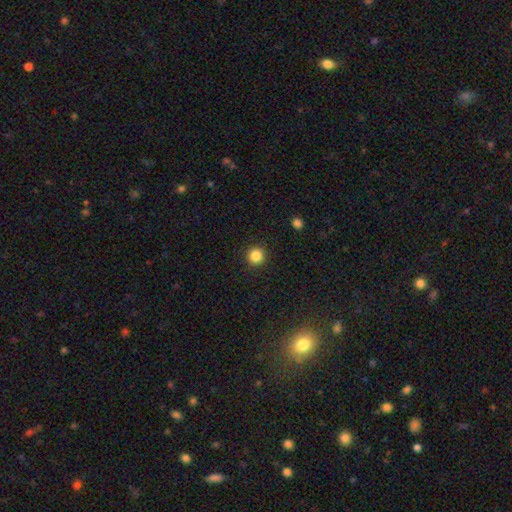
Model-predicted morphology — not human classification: Smooth or featured: smooth — 85% (star or artifact — 11%)
How rounded: round — 95% (in between — 4%)
Merging: none — 93% (minor disturbance — 5%)